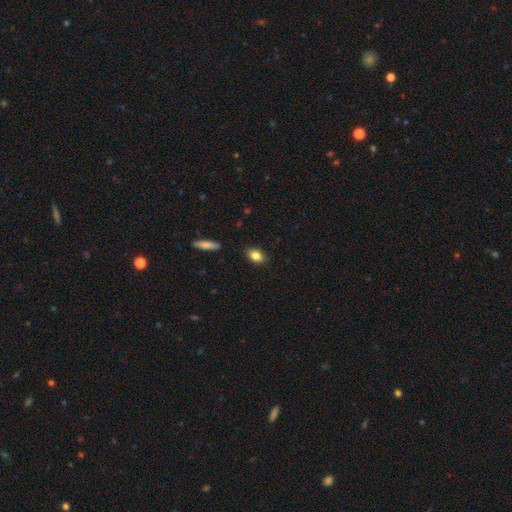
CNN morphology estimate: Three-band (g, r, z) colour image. It shows a smooth galaxy with no disk features (83%) that is in between round and cigar-shaped (81%). Merging: none (87%).